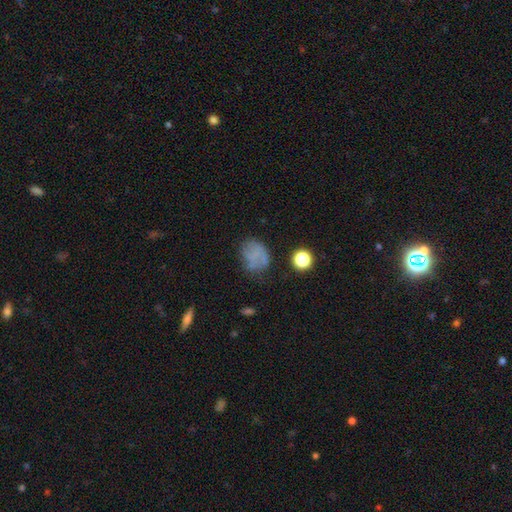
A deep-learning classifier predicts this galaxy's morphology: Smooth or featured? smooth (58%)
How rounded? round (53%)
Merging? none (54%)